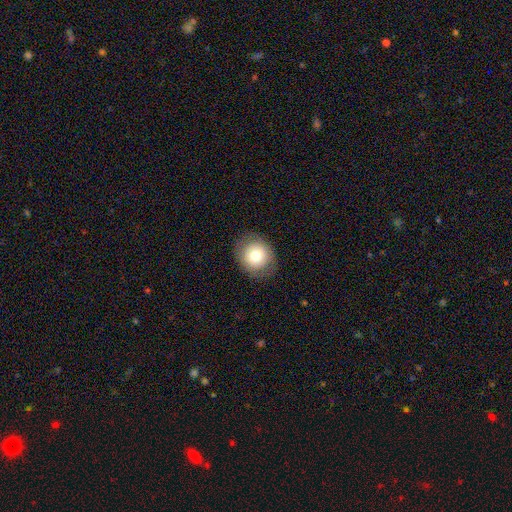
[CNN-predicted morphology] smooth_or_featured: smooth (p=0.75) [alt: featured or disk p=0.16]
how_rounded: round (p=0.79) [alt: in between p=0.20]
merging: none (p=0.85) [alt: minor disturbance p=0.11]